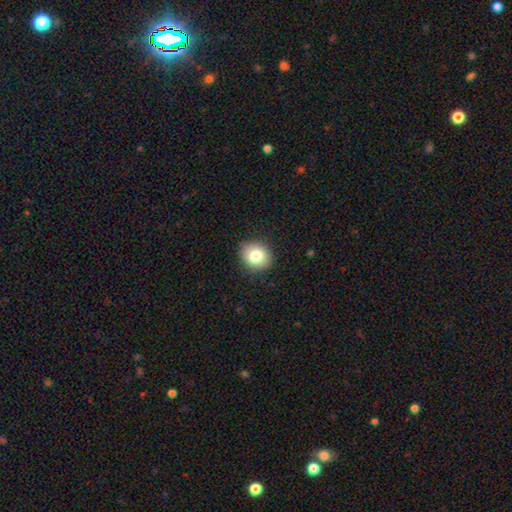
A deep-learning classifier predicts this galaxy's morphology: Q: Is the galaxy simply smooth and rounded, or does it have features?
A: smooth — 81%.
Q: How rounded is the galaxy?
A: round — 70%.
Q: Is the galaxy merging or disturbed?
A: none — 88%.